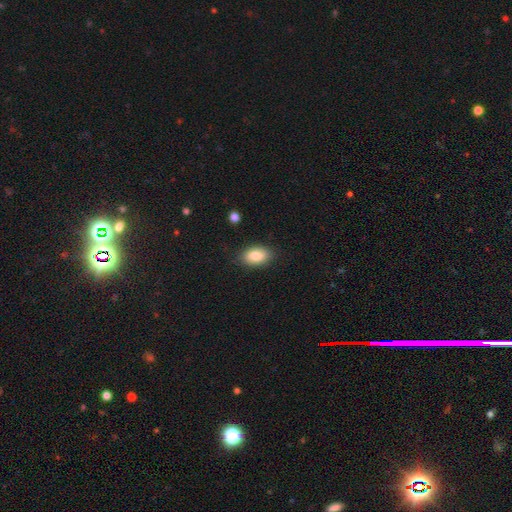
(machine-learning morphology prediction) Smooth or featured? smooth (85%)
How rounded? in between (90%)
Merging? none (84%)